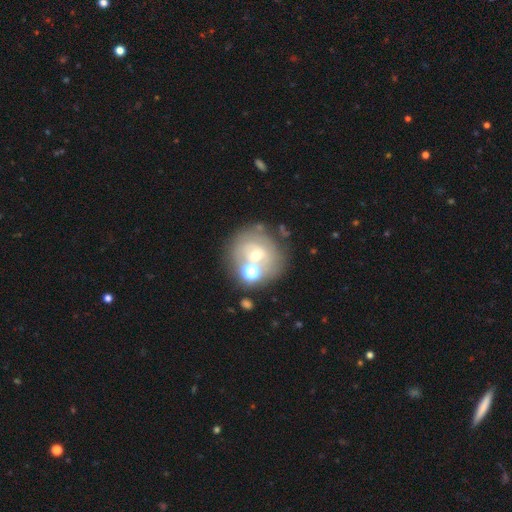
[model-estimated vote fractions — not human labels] smooth_or_featured: featured or disk (p=0.48) [alt: smooth p=0.34]
merging: none (p=0.56) [alt: merger p=0.19]